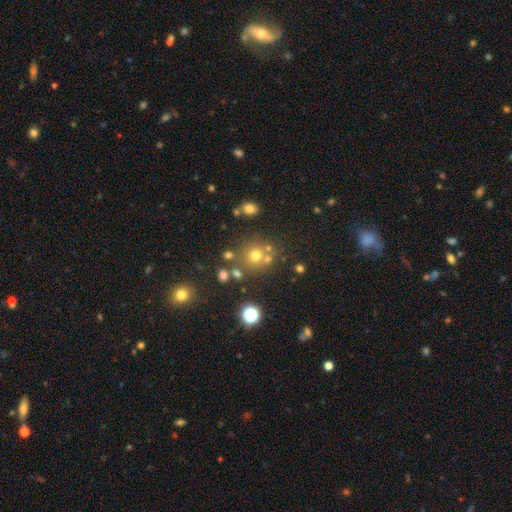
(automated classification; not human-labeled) Smooth or featured? Predicted: smooth (p=0.66). How rounded? Predicted: round (p=0.90). Merging? Predicted: none (p=0.69).